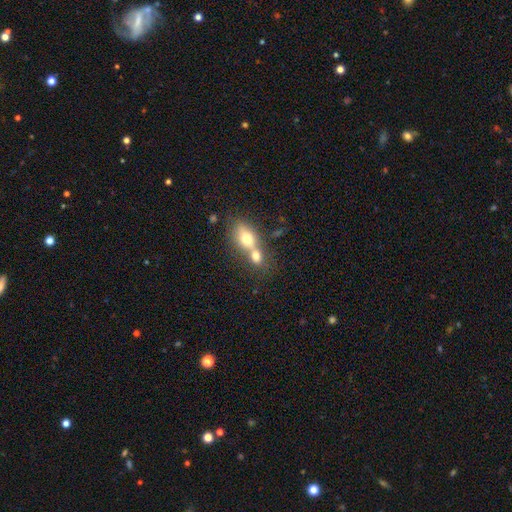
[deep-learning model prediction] Overall: smooth (72%). How rounded: in between (61%; round 35%). Merging: merger (69%).